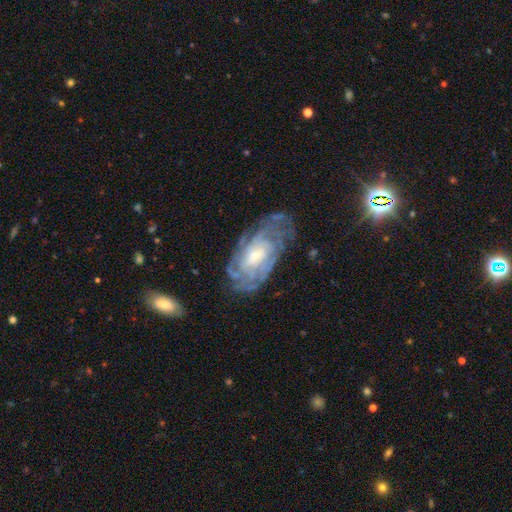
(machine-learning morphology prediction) Smooth or featured?
  - featured or disk: 84% *
  - smooth: 10%
  - star or artifact: 6%
Edge-on disk?
  - no: 95% *
  - yes: 5%
Bar?
  - no: 60% *
  - weak: 33%
  - strong: 7%
Spiral arms?
  - yes: 92% *
  - no: 8%
Spiral winding?
  - tight: 68% *
  - medium: 25%
  - loose: 7%
Spiral arm count?
  - can't tell: 48% *
  - 4: 18%
  - more than 4: 11%
  - 3: 10%
  - 2: 9%
  - 1: 5%
Bulge size?
  - small: 64% *
  - moderate: 30%
  - large: 3%
  - none: 2%
  - dominant: 1%
Merging?
  - none: 65% *
  - minor disturbance: 22%
  - major disturbance: 12%
  - merger: 2%